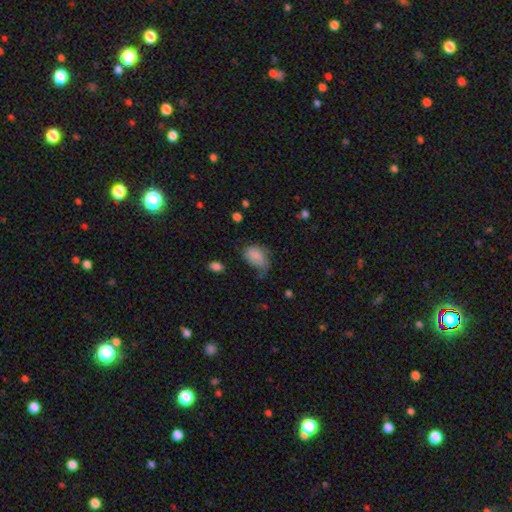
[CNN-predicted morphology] type=smooth (77%); roundness=in between (83%); merging=minor disturbance (38%).